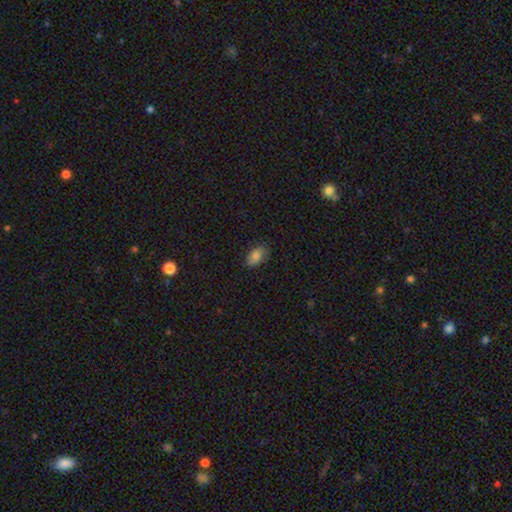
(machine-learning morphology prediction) Smooth or featured: smooth — 81% (star or artifact — 10%)
How rounded: in between — 90% (round — 8%)
Merging: none — 76% (minor disturbance — 19%)